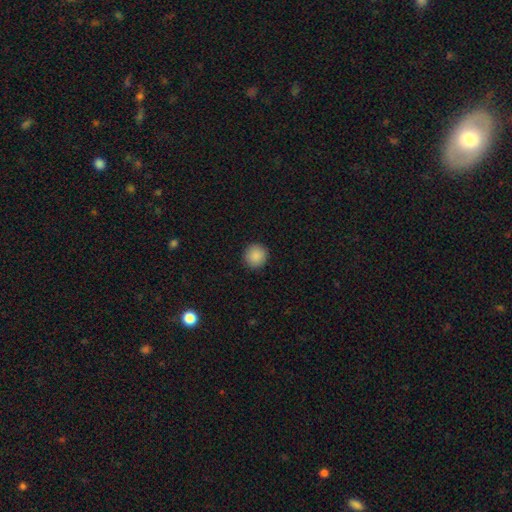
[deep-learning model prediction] Overall: smooth (89%). How rounded: round (95%). Merging: none (93%).